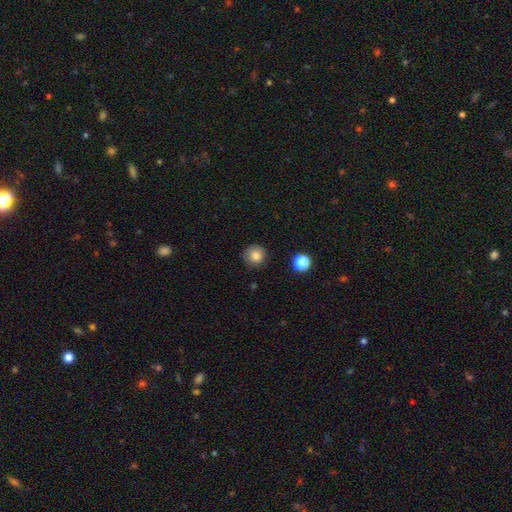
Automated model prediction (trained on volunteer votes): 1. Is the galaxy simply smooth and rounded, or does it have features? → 83% smooth, 11% star or artifact, 7% featured or disk.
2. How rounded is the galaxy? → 94% round, 5% in between, 1% cigar-shaped.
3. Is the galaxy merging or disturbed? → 85% none, 11% minor disturbance, 3% major disturbance, 1% merger.